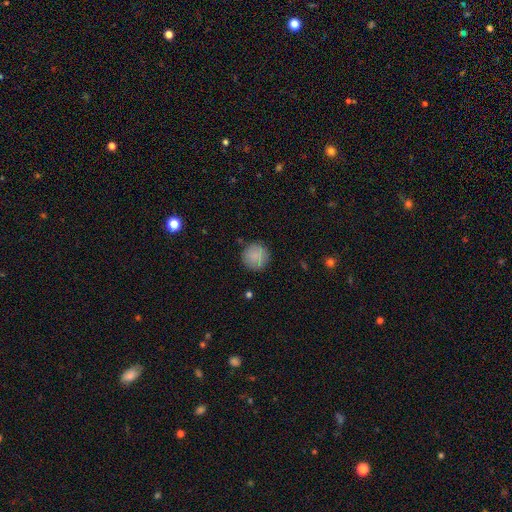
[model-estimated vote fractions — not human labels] Smooth or featured: smooth — 86% (star or artifact — 8%)
How rounded: round — 95% (in between — 4%)
Merging: none — 86% (minor disturbance — 10%)